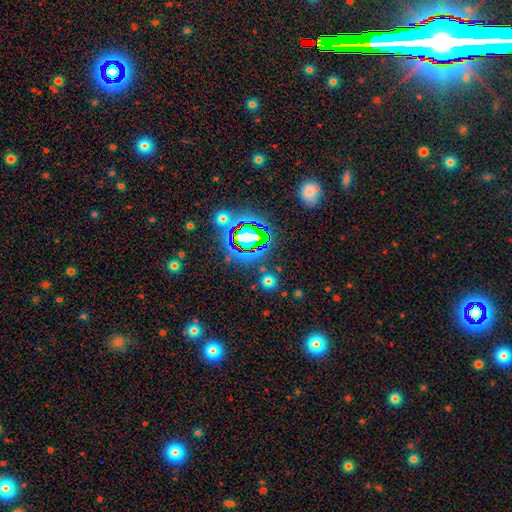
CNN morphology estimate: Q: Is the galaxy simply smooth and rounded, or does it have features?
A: star or artifact — 74%.